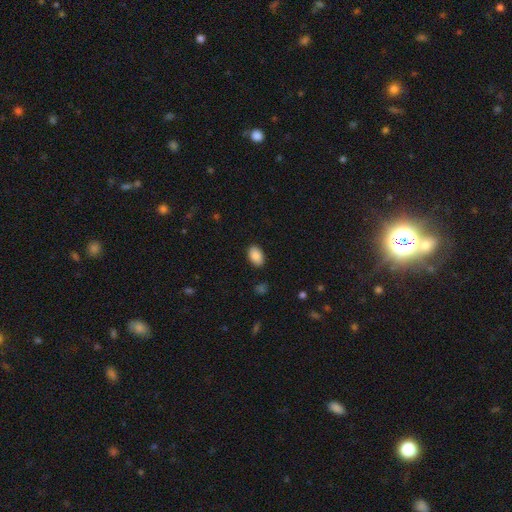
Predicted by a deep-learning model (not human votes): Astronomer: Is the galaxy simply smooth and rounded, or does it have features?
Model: smooth — 89%.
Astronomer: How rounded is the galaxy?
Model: in between — 93%.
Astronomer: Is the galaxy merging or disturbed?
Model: none — 88%.